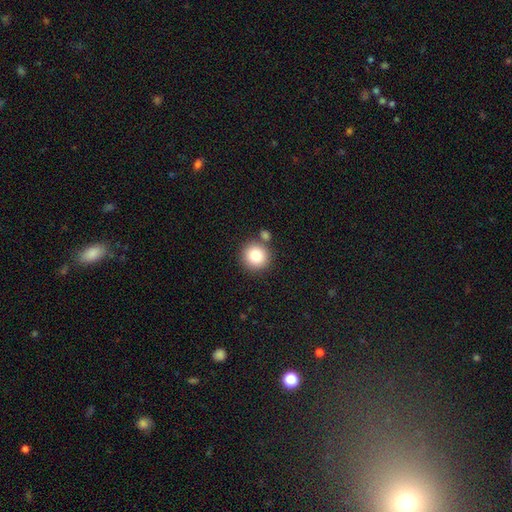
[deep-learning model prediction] Smooth or featured?
  - smooth: 83% *
  - star or artifact: 10%
  - featured or disk: 7%
How rounded?
  - round: 93% *
  - in between: 6%
  - cigar-shaped: 1%
Merging?
  - none: 76% *
  - merger: 13%
  - minor disturbance: 8%
  - major disturbance: 3%